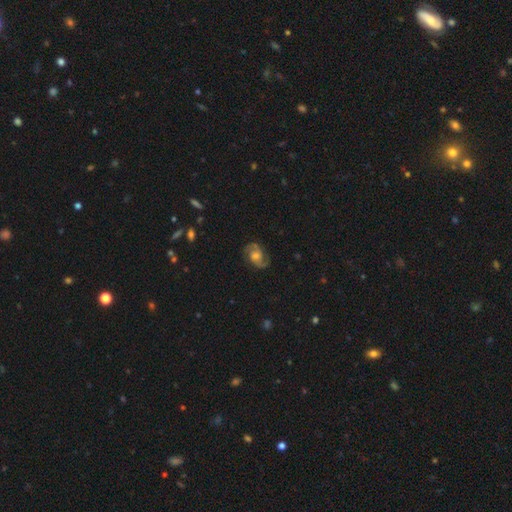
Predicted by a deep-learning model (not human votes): Smooth or featured: featured or disk — 86% (smooth — 8%)
Edge-on disk: no — 98% (yes — 2%)
Bar: no — 56% (weak — 37%)
Spiral arms: yes — 97% (no — 3%)
Spiral winding: medium — 58% (tight — 24%)
Spiral arm count: 2 — 92% (can't tell — 3%)
Bulge size: moderate — 52% (small — 22%)
Merging: none — 82% (minor disturbance — 13%)